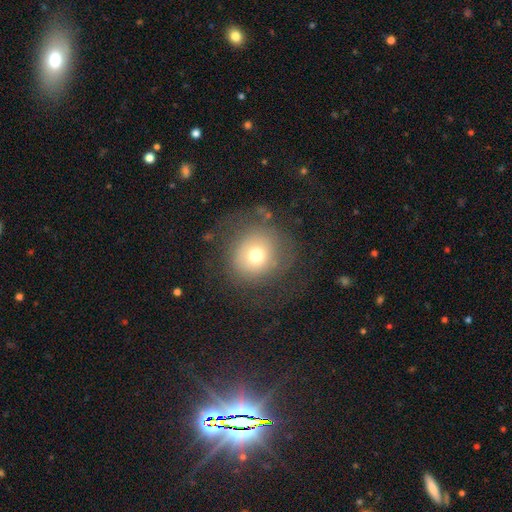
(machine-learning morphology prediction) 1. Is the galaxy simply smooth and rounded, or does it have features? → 66% smooth, 20% featured or disk, 14% star or artifact.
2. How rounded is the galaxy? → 88% round, 12% in between, 1% cigar-shaped.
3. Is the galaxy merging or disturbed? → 66% none, 17% minor disturbance, 16% major disturbance, 2% merger.